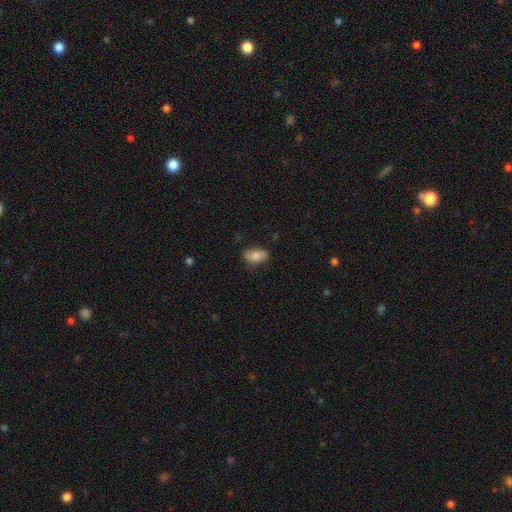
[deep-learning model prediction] This is likely a smooth galaxy (75%). How rounded: clearly in between (90%). Merging: likely none (74%).